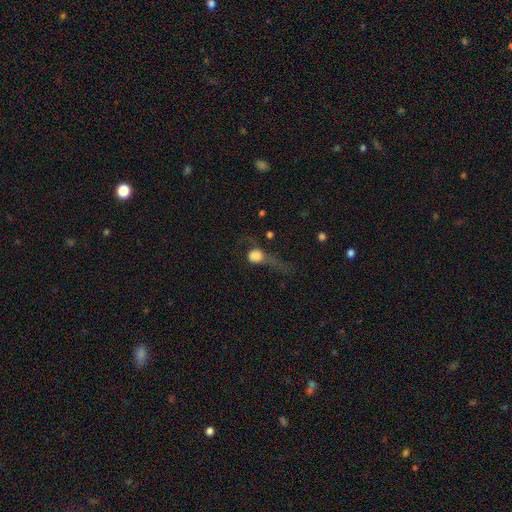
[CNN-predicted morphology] smooth 60%, featured or disk 27%, star or artifact 13%. Down the decision tree: how rounded — round (67%); merging — major disturbance (53%).